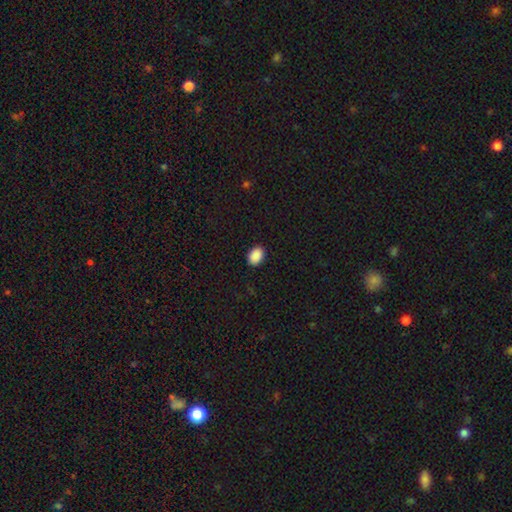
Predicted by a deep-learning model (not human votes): Smooth or featured? Predicted: smooth (p=0.90). How rounded? Predicted: in between (p=0.78). Merging? Predicted: none (p=0.90).